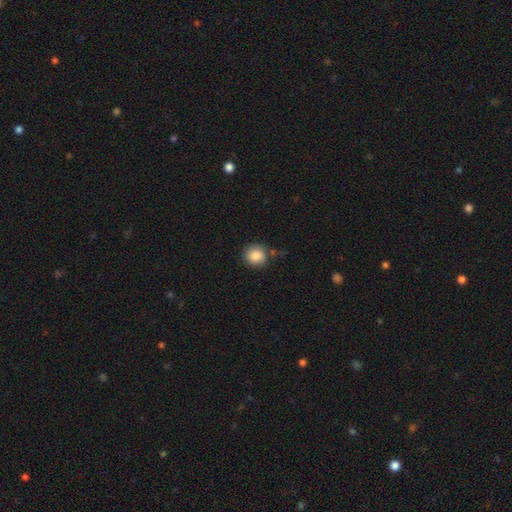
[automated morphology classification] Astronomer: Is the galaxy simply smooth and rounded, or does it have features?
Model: smooth — 86%.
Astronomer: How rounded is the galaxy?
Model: round — 88%.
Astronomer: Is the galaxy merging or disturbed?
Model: none — 75%.